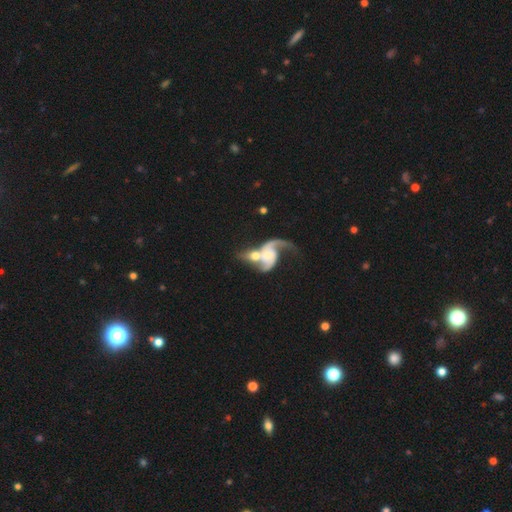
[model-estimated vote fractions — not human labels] Smooth or featured? featured or disk (79%)
Edge-on disk? no (96%)
Bar? no (63%)
Spiral arms? yes (90%)
Spiral winding? loose (61%)
Spiral arm count? 2 (62%)
Bulge size? small (44%)
Merging? merger (68%)